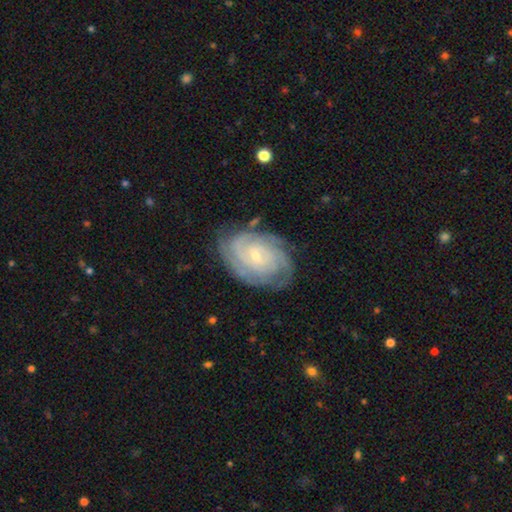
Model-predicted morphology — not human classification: Smooth or featured: featured or disk — 86% (smooth — 9%)
Edge-on disk: no — 97% (yes — 3%)
Bar: no — 68% (weak — 25%)
Spiral arms: yes — 96% (no — 4%)
Spiral winding: tight — 77% (medium — 19%)
Spiral arm count: can't tell — 30% (3 — 22%)
Bulge size: small — 77% (moderate — 19%)
Merging: none — 75% (minor disturbance — 18%)